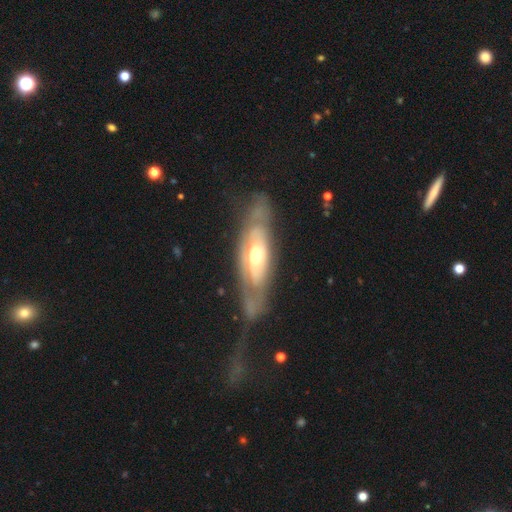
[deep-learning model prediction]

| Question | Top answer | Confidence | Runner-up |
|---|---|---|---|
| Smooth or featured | featured or disk | 76% | smooth (19%) |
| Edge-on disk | no | 79% | yes (21%) |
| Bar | no | 75% | weak (19%) |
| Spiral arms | yes | 58% | no (42%) |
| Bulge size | moderate | 64% | small (22%) |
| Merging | none | 50% | major disturbance (23%) |